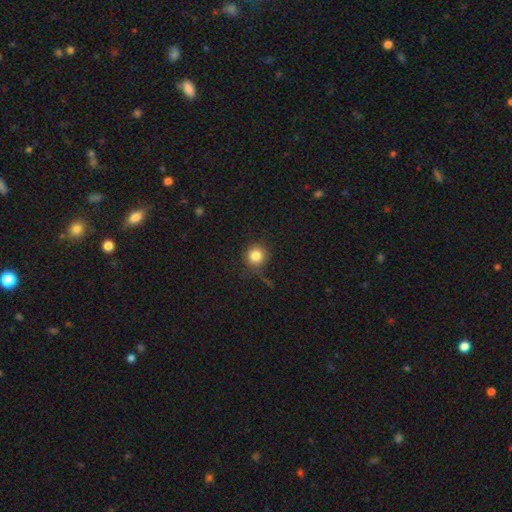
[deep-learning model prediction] smooth-or-featured: smooth: 83% | star or artifact: 11% | featured or disk: 6%
  how-rounded: round: 93% | in between: 6% | cigar-shaped: 1%
  merging: none: 81% | minor disturbance: 12% | major disturbance: 5% | merger: 3%